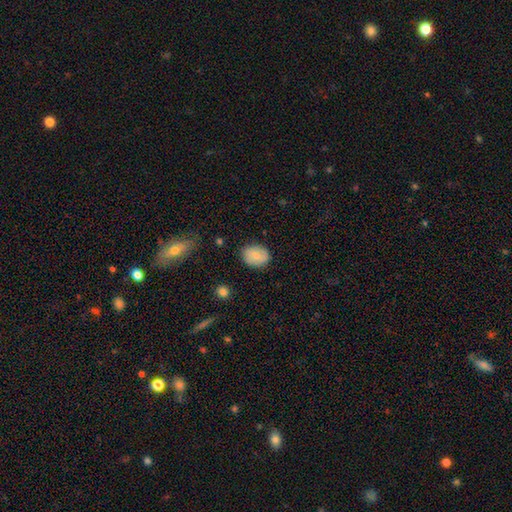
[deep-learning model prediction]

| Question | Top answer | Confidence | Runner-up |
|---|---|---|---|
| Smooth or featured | smooth | 75% | featured or disk (18%) |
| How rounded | in between | 59% | round (40%) |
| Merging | none | 82% | minor disturbance (13%) |